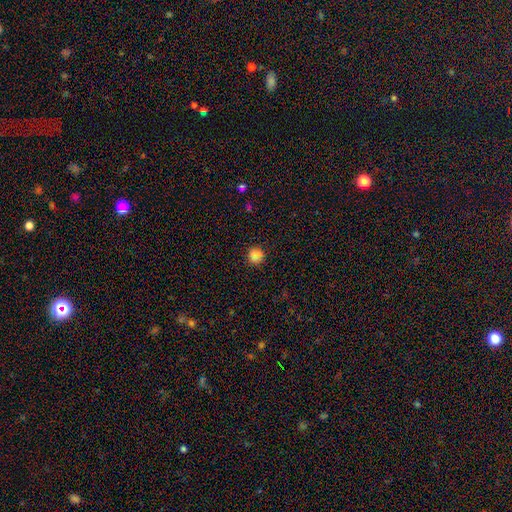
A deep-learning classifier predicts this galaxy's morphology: Smooth or featured? Predicted: smooth (p=0.71). How rounded? Predicted: round (p=0.91). Merging? Predicted: none (p=0.85).